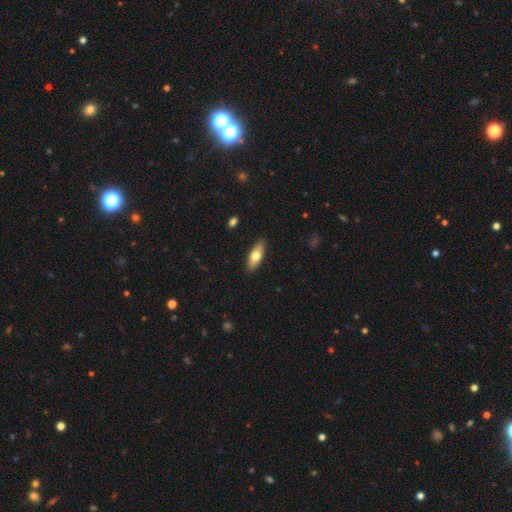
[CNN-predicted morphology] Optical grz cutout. It shows a smooth galaxy with no disk features (67%) that is in between round and cigar-shaped (64%). Merging: none (89%).